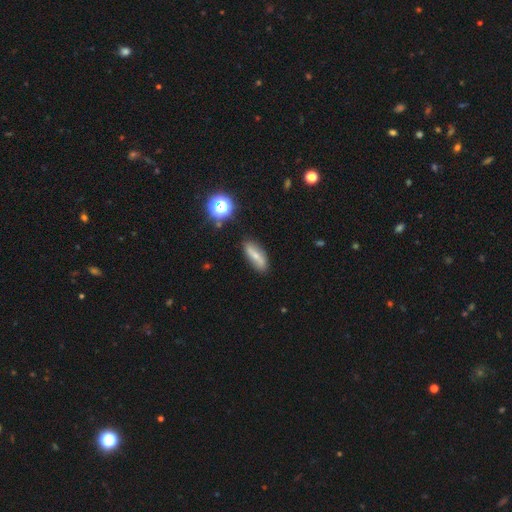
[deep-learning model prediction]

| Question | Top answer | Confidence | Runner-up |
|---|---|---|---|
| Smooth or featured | smooth | 45% | tied: featured or disk (45%) |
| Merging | none | 81% | minor disturbance (14%) |